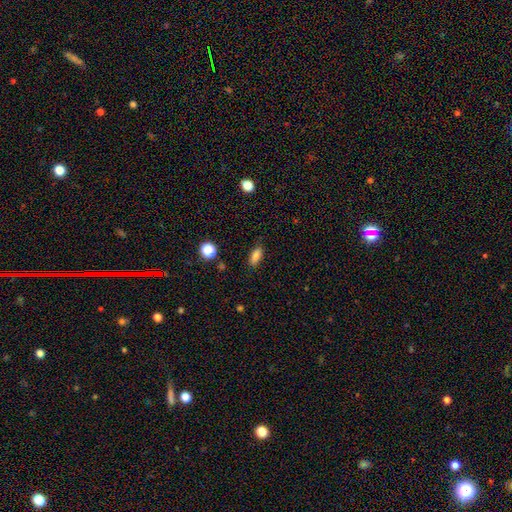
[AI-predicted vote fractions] A smooth galaxy with no disk features (83%) that is in between round and cigar-shaped (81%).

Vote fractions:
- Smooth or featured? smooth: 83% / star or artifact: 9% / featured or disk: 8%
- How rounded? in between: 81% / cigar-shaped: 15% / round: 4%
- Merging? none: 84% / minor disturbance: 12% / major disturbance: 3% / merger: 1%